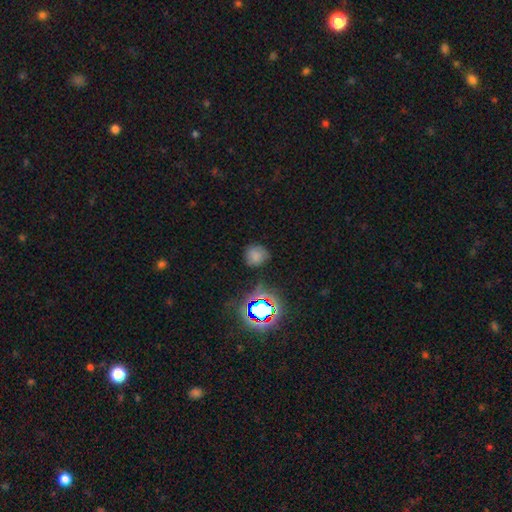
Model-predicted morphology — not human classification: A smooth galaxy with no disk features (68%) that is round (83%). Merging: none (75%).